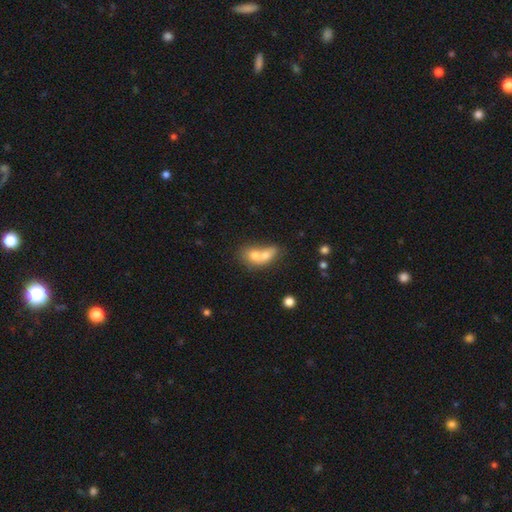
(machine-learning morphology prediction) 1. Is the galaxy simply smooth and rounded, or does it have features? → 68% smooth, 23% featured or disk, 9% star or artifact.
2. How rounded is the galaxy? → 61% in between, 36% round, 3% cigar-shaped.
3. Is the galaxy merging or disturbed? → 75% merger, 15% none, 6% minor disturbance, 4% major disturbance.